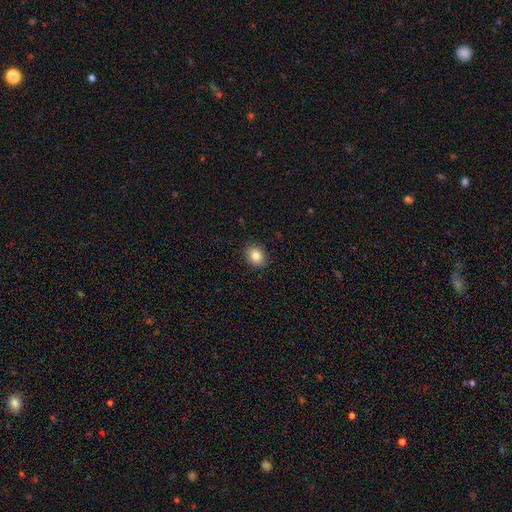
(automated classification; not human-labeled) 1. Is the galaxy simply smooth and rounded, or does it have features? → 85% smooth, 9% star or artifact, 6% featured or disk.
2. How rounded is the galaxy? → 50% round, 49% in between, 1% cigar-shaped.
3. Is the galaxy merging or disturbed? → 89% none, 8% minor disturbance, 2% major disturbance, 1% merger.